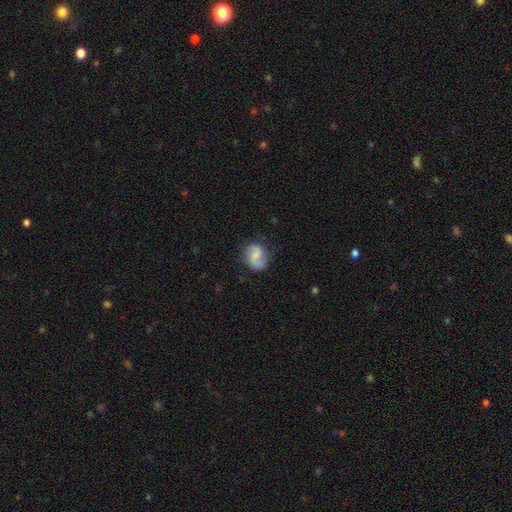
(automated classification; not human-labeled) smooth_or_featured: featured or disk (p=0.71) [alt: smooth p=0.23]
disk_edge_on: no (p=0.98) [alt: yes p=0.02]
bar: weak (p=0.49) [alt: no p=0.35]
has_spiral_arms: yes (p=0.94) [alt: no p=0.06]
spiral_winding: loose (p=0.50) [alt: medium p=0.38]
spiral_arm_count: 2 (p=0.89) [alt: 1 p=0.04]
bulge_size: small (p=0.39) [alt: none p=0.35]
merging: none (p=0.77) [alt: minor disturbance p=0.16]